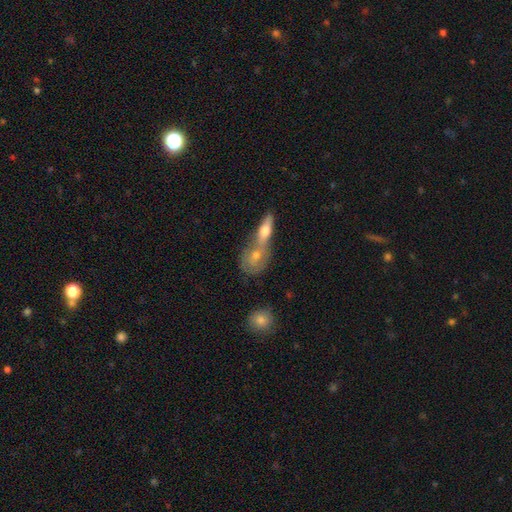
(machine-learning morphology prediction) Overall: smooth (57%; featured or disk 35%). How rounded: in between (56%; round 30%). Merging: merger (61%; none 27%).